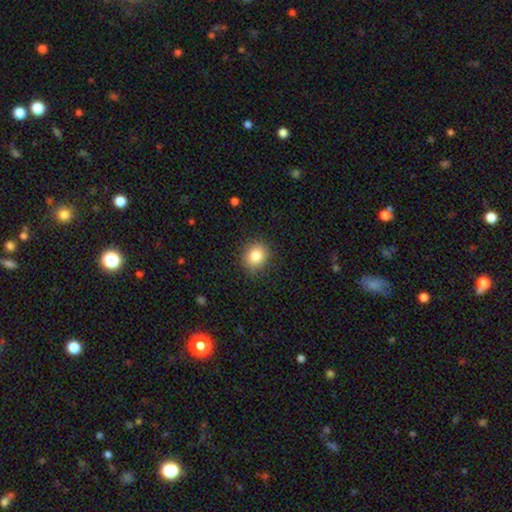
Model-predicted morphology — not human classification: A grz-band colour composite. It shows a smooth galaxy with no disk features (84%) that is round (72%). Merging: none (86%).